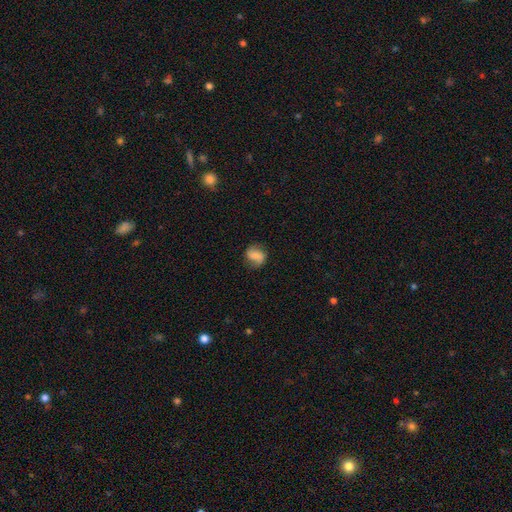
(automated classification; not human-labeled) smooth 57%, featured or disk 34%, star or artifact 10%. Down the decision tree: how rounded — round (50%); merging — none (65%).